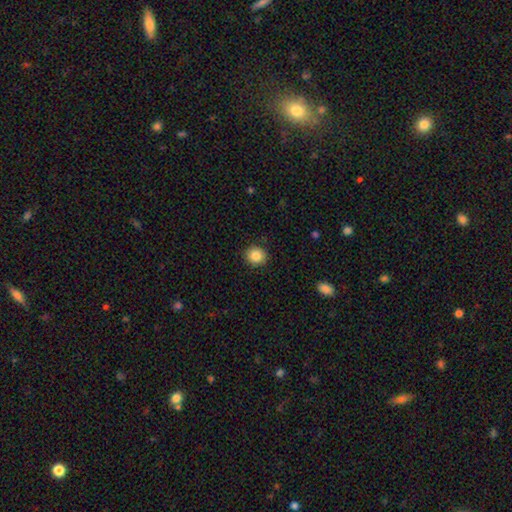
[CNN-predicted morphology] Smooth or featured?
  - smooth: 86% *
  - star or artifact: 9%
  - featured or disk: 5%
How rounded?
  - round: 87% *
  - in between: 12%
  - cigar-shaped: 1%
Merging?
  - none: 90% *
  - minor disturbance: 7%
  - major disturbance: 2%
  - merger: 1%